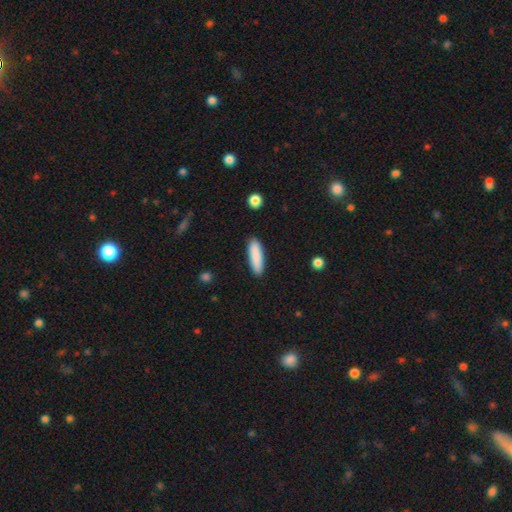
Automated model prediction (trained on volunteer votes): A smooth galaxy with no disk features (88%) that is cigar-shaped (67%). Merging: none (89%).